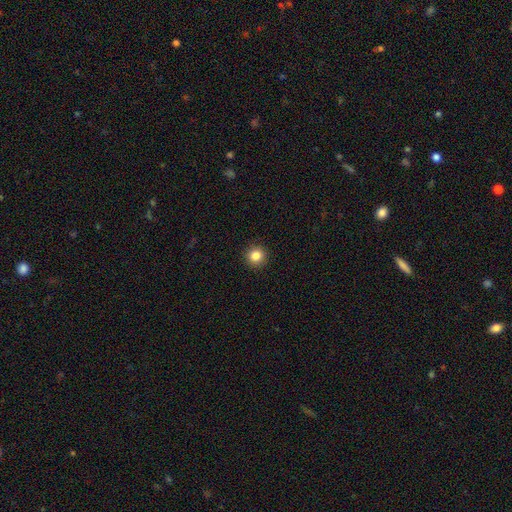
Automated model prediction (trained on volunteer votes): Smooth or featured? smooth (84%)
How rounded? round (94%)
Merging? none (93%)